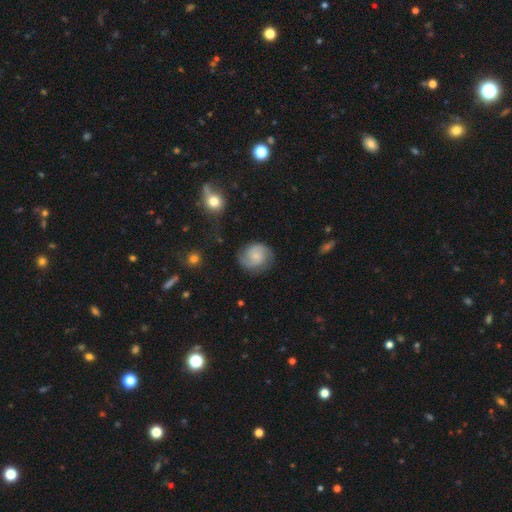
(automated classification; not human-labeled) This appears to be a featured or disk galaxy (56%) with no bar (64%), 2 (81%) medium (45%) spiral arms (92%) and a small central bulge (59%). Merging: none (76%).